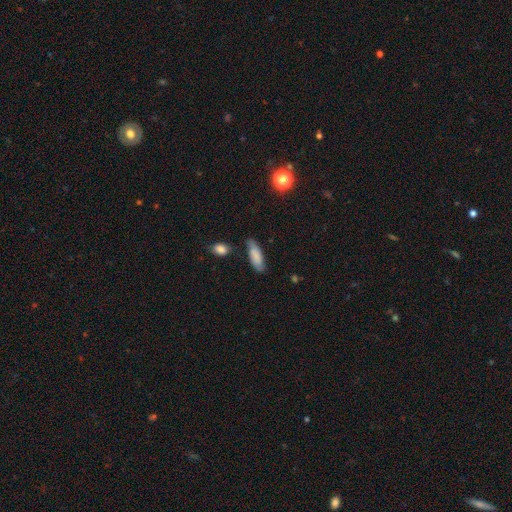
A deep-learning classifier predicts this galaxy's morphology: Smooth or featured?
  - smooth: 76% *
  - featured or disk: 16%
  - star or artifact: 7%
How rounded?
  - in between: 61% *
  - cigar-shaped: 37%
  - round: 2%
Merging?
  - none: 67% *
  - minor disturbance: 23%
  - major disturbance: 5%
  - merger: 5%